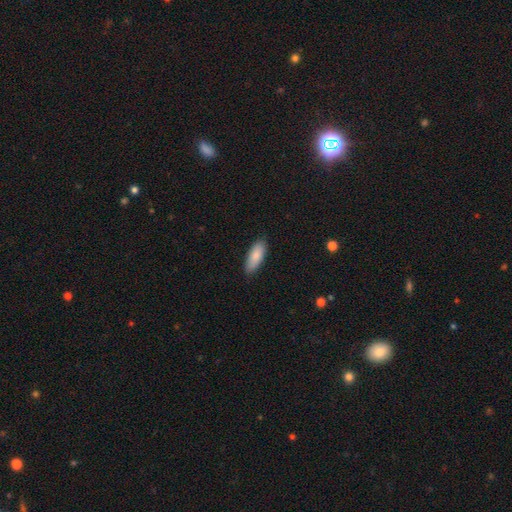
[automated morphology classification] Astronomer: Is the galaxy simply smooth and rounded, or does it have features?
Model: smooth — 87%.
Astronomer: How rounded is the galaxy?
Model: in between — 73%.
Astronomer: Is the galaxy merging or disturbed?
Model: none — 85%.